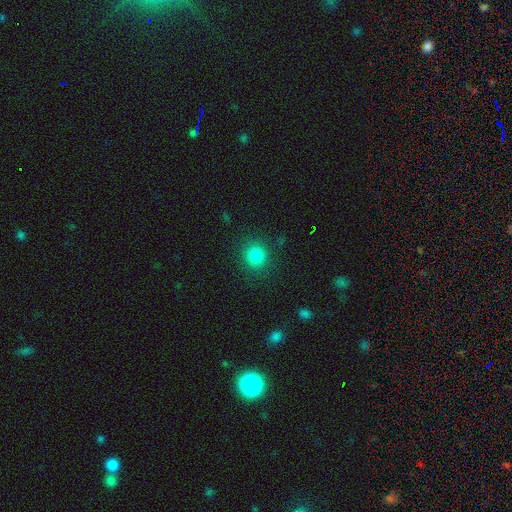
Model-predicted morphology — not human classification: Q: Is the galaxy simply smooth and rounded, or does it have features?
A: smooth — 83%.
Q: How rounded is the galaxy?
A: round — 88%.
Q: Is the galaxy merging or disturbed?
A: none — 88%.